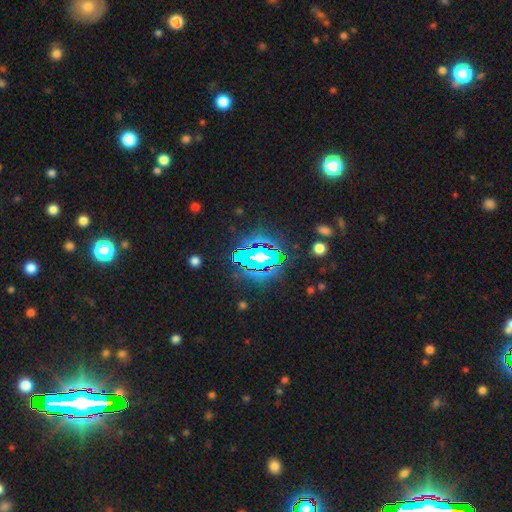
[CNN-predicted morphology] This appears to be a star or artifact, not a galaxy (84%).